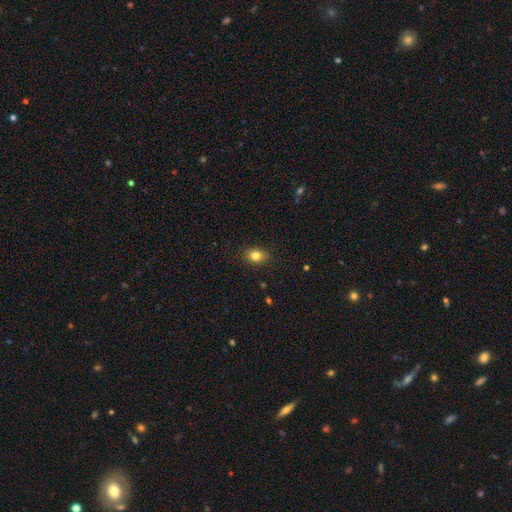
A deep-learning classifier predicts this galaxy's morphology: This is clearly a smooth galaxy (82%). How rounded: likely in between (61%). Merging: clearly none (87%).